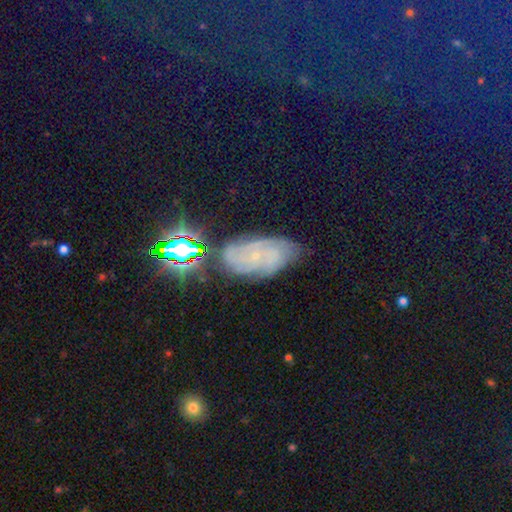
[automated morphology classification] type=featured or disk (48%); merging=none (71%).